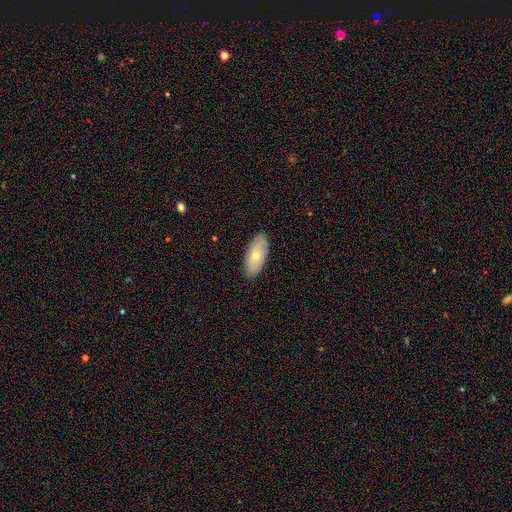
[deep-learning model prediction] This appears to be a smooth galaxy with no disk features (63%) that is in between round and cigar-shaped (89%). Merging: none (89%).